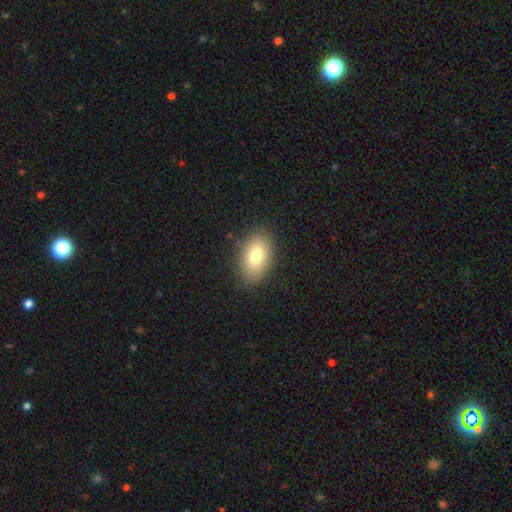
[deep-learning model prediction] Overall: smooth (78%). How rounded: in between (90%). Merging: none (85%).